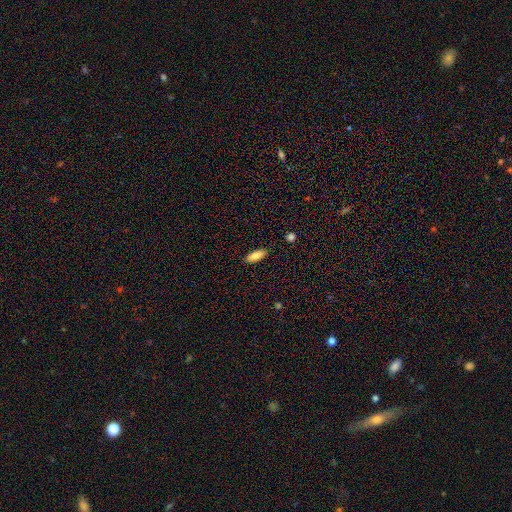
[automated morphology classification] smooth 83%, featured or disk 11%, star or artifact 7%. Down the decision tree: how rounded — in between (76%); merging — none (87%).